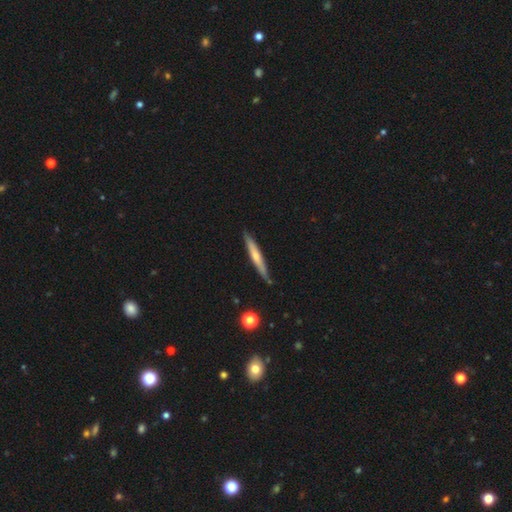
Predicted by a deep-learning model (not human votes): A smooth galaxy with no disk features (49%).

Vote fractions:
- Smooth or featured? smooth: 49% / featured or disk: 46% / star or artifact: 6%
- Merging? none: 83% / minor disturbance: 12% / merger: 2% / major disturbance: 2%